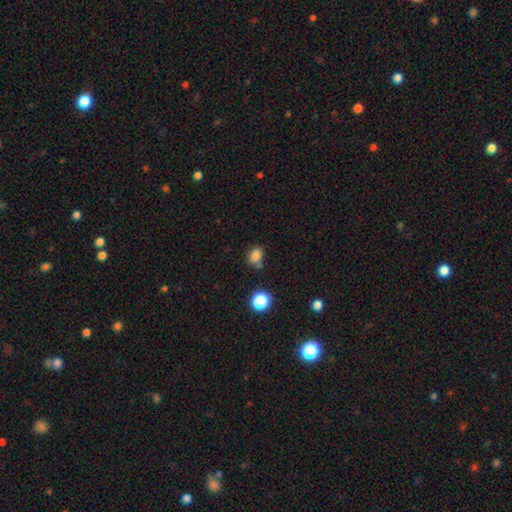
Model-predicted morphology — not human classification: A smooth galaxy with no disk features (81%) that is in between round and cigar-shaped (52%).

Vote fractions:
- Smooth or featured? smooth: 81% / star or artifact: 14% / featured or disk: 5%
- How rounded? in between: 52% / round: 46% / cigar-shaped: 1%
- Merging? none: 64% / minor disturbance: 18% / merger: 13% / major disturbance: 5%